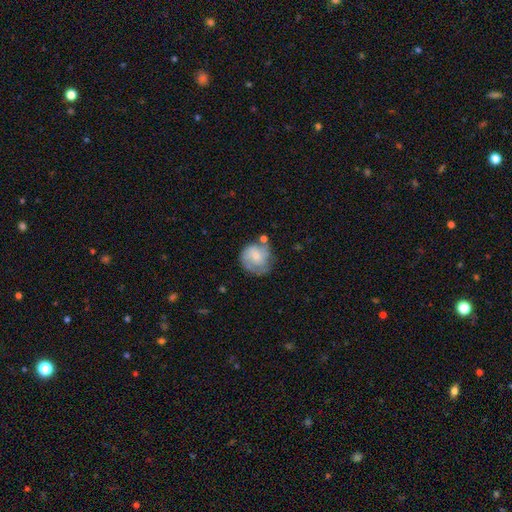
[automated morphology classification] This is possibly a smooth galaxy (56%). How rounded: clearly round (83%). Merging: possibly none (54%).